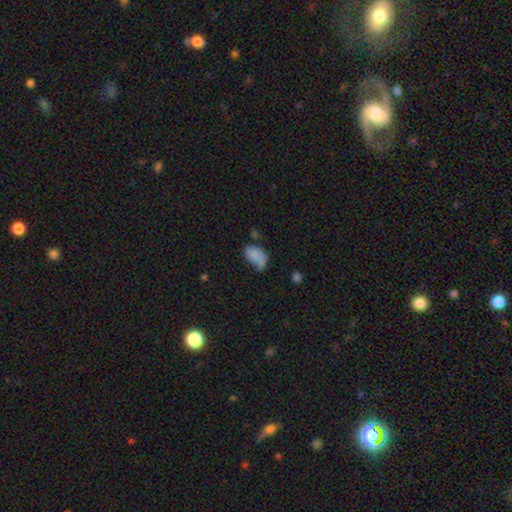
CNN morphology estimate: smooth 76%, featured or disk 14%, star or artifact 10%. Down the decision tree: how rounded — in between (89%); merging — none (32%).